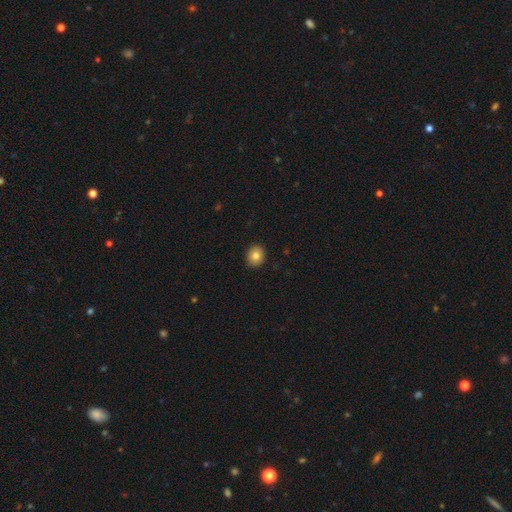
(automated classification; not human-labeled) smooth-or-featured: smooth: 81% | featured or disk: 10% | star or artifact: 9%
  how-rounded: round: 71% | in between: 28% | cigar-shaped: 1%
  merging: none: 91% | minor disturbance: 7% | major disturbance: 2% | merger: 1%